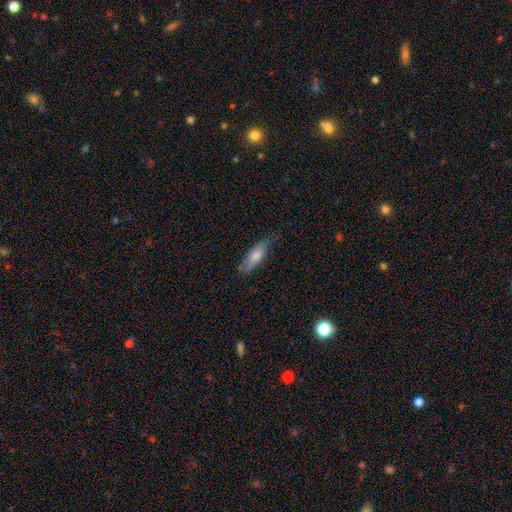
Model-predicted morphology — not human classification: Smooth or featured? smooth (64%)
How rounded? cigar-shaped (54%)
Merging? none (71%)